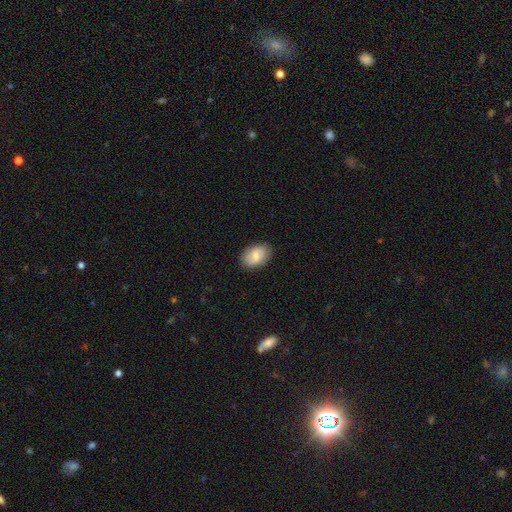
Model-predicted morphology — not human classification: type=smooth (72%); roundness=in between (87%); merging=none (85%).